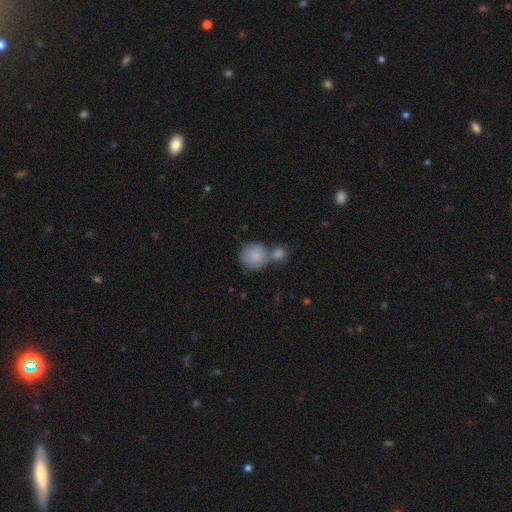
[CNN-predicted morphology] Overall: smooth (85%). How rounded: round (87%). Merging: merger (49%; none 37%).